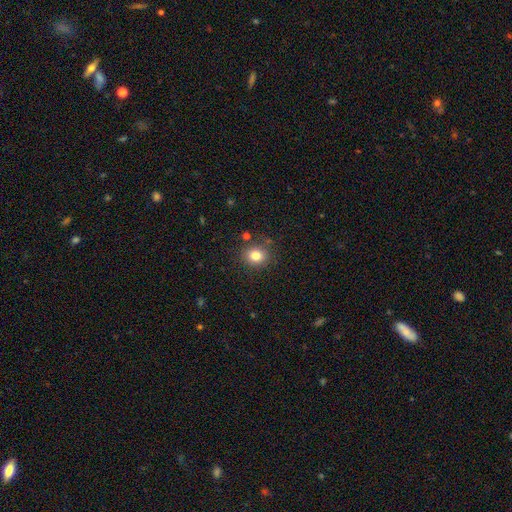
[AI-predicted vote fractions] A smooth galaxy with no disk features (81%) that is round (71%).

Vote fractions:
- Smooth or featured? smooth: 81% / star or artifact: 12% / featured or disk: 7%
- How rounded? round: 71% / in between: 28% / cigar-shaped: 1%
- Merging? none: 83% / minor disturbance: 10% / merger: 4% / major disturbance: 3%